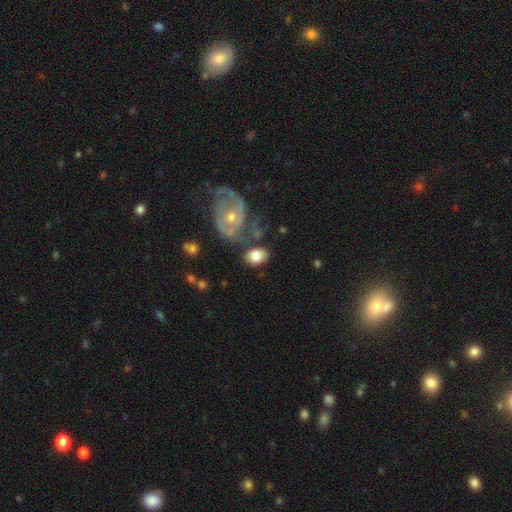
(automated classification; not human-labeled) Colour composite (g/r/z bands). It shows a smooth galaxy with no disk features (72%) that is in between round and cigar-shaped (75%). Merging: none (55%).